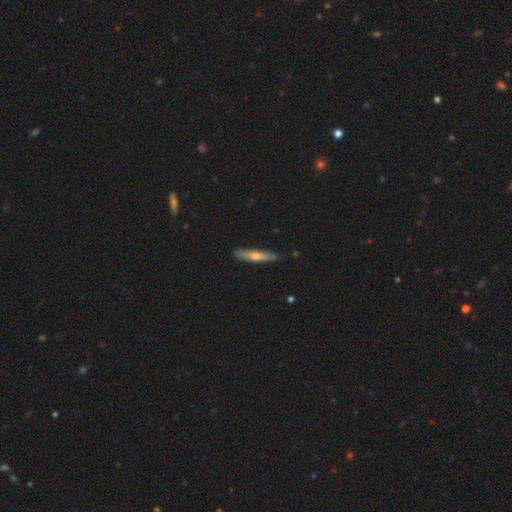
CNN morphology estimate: Q: Smooth or featured?
A: smooth (50%); runner-up: featured or disk (44%)
Q: How rounded?
A: cigar-shaped (89%); runner-up: in between (9%)
Q: Merging?
A: none (87%); runner-up: minor disturbance (10%)